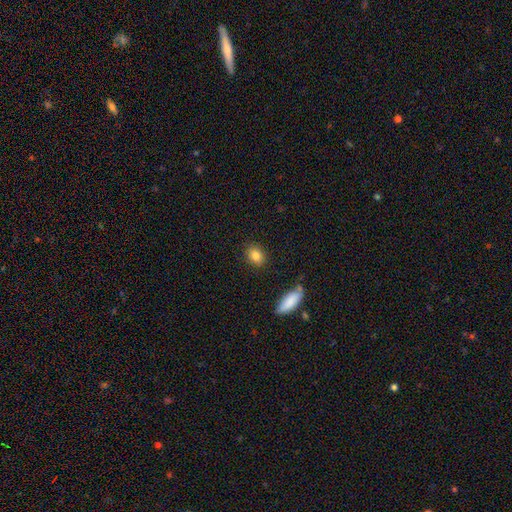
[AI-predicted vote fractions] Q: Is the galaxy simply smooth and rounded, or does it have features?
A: smooth — 84%.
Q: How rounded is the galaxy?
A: in between — 50%.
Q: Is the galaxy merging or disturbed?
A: none — 87%.